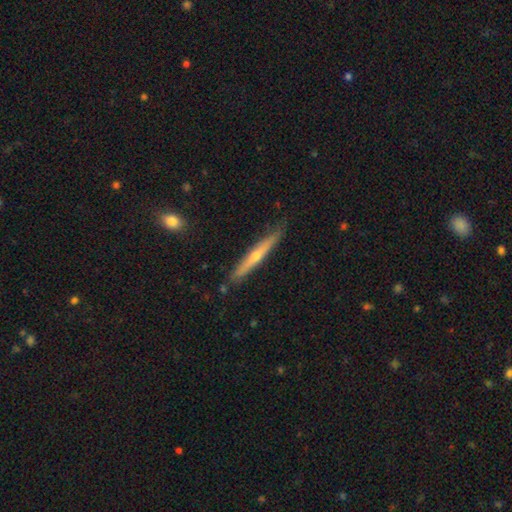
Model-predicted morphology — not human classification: Smooth or featured? featured or disk (59%)
Edge-on disk? yes (95%)
Edge-on bulge? rounded (75%)
Merging? none (82%)